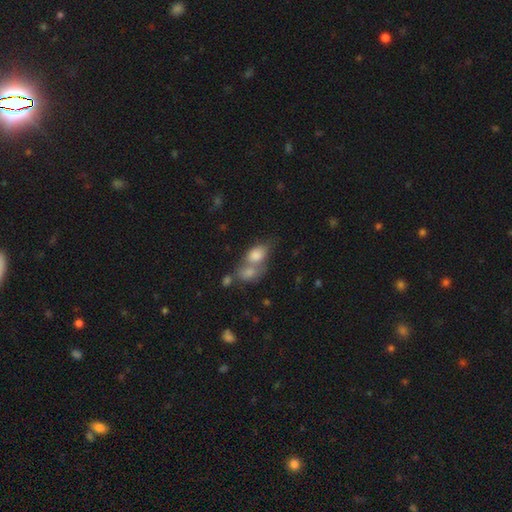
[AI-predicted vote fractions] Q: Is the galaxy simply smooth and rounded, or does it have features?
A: smooth — 79%.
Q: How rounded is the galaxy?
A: in between — 75%.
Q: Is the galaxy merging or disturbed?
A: merger — 61%.